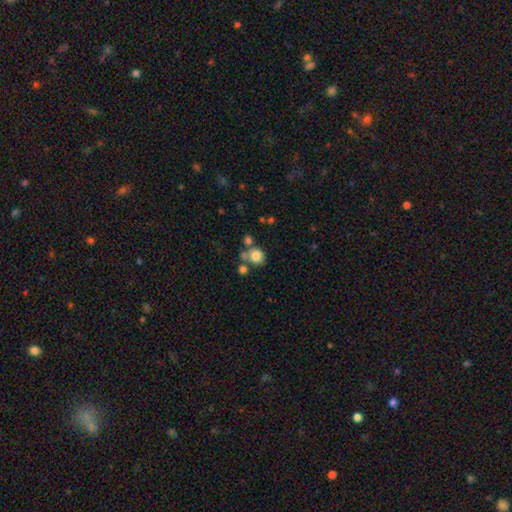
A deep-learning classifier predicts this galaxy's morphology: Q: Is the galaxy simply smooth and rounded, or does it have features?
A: smooth — 79%.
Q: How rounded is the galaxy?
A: round — 77%.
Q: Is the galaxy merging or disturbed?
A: none — 56%.